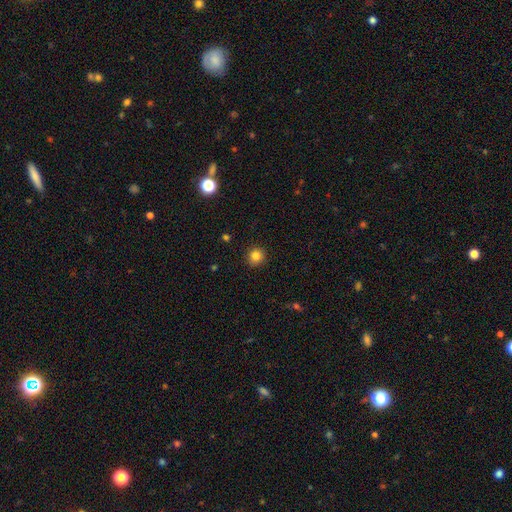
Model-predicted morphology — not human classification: Q: Smooth or featured?
A: smooth (84%); runner-up: star or artifact (12%)
Q: How rounded?
A: round (91%); runner-up: in between (8%)
Q: Merging?
A: none (90%); runner-up: minor disturbance (7%)